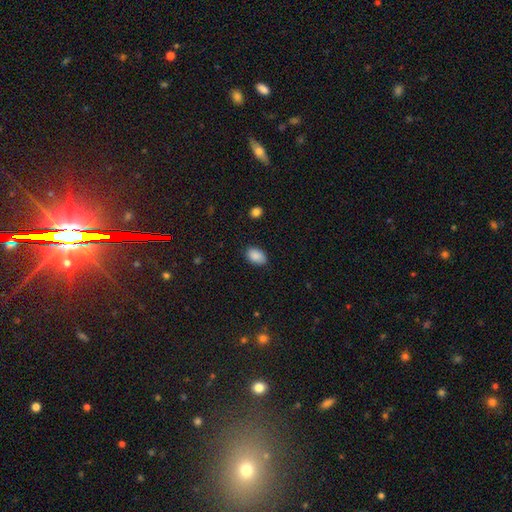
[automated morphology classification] type=smooth (89%); roundness=in between (90%); merging=none (82%).